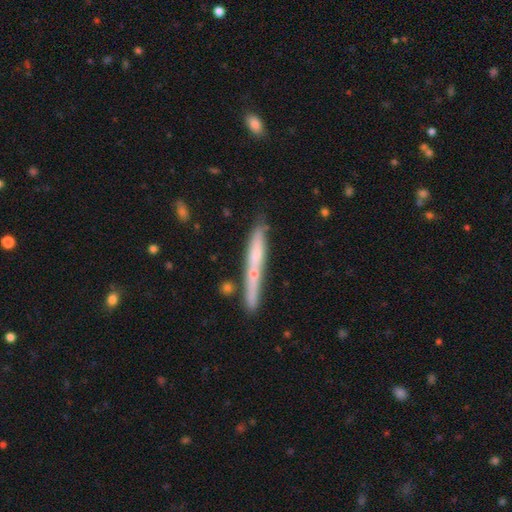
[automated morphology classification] Smooth or featured: smooth — 49% (featured or disk — 45%)
Merging: none — 69% (minor disturbance — 16%)